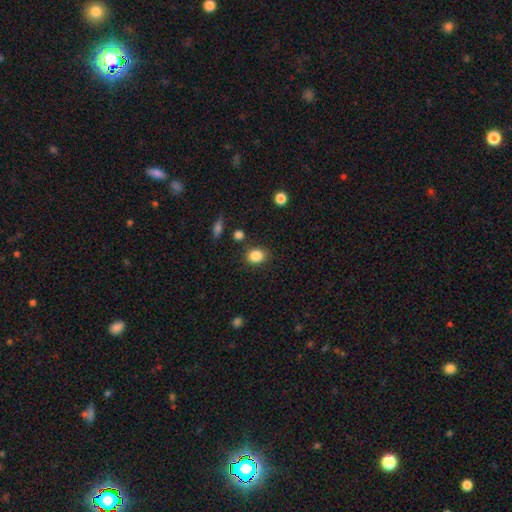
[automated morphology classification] type=smooth (86%); roundness=round (50%); merging=none (80%).